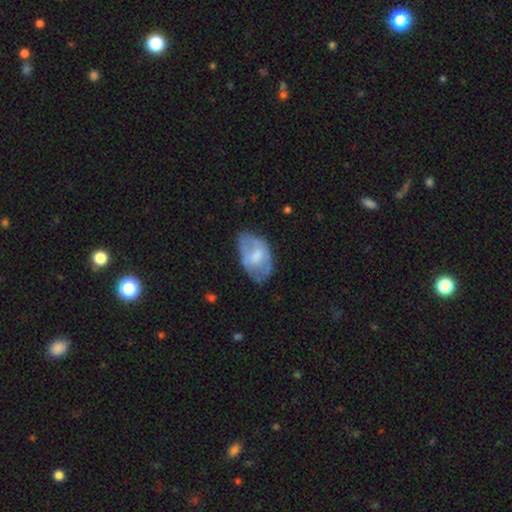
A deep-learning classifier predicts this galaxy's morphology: This appears to be a featured or disk galaxy (47%, tied with smooth). Merging: none (59%).